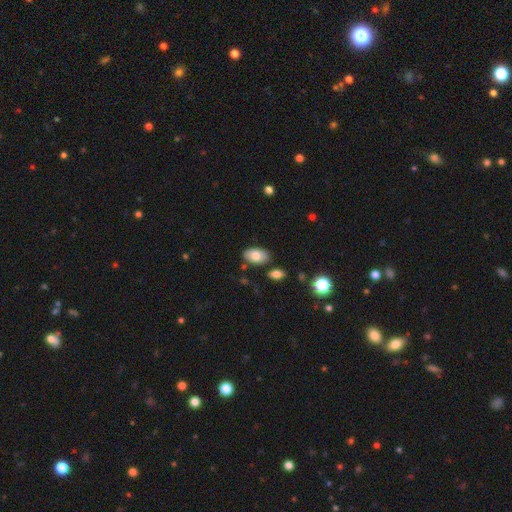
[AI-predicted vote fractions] smooth-or-featured: smooth: 76% | featured or disk: 17% | star or artifact: 7%
  how-rounded: in between: 93% | round: 5% | cigar-shaped: 1%
  merging: none: 82% | minor disturbance: 12% | merger: 4% | major disturbance: 3%